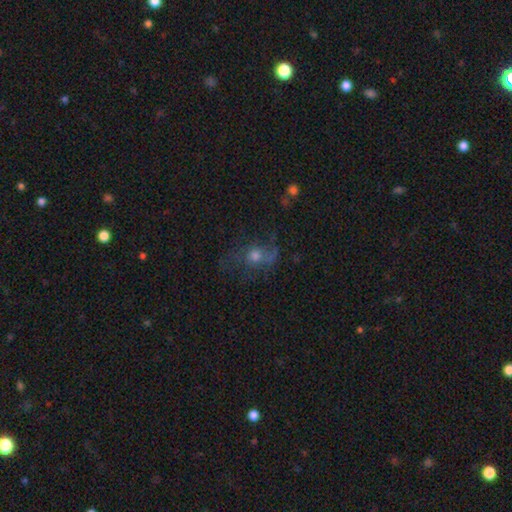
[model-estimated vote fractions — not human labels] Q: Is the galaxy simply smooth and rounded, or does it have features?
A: featured or disk — 46%.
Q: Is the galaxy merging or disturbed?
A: none — 50%.